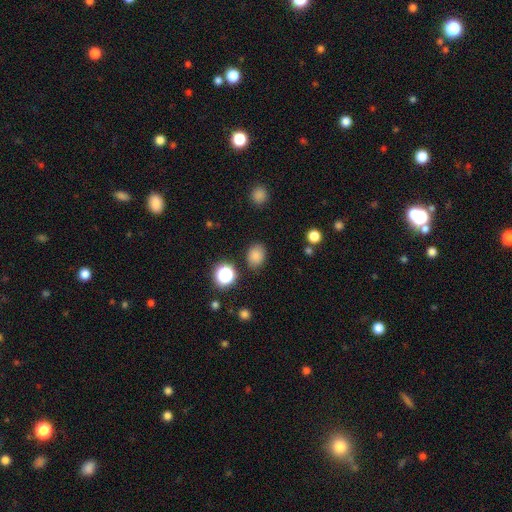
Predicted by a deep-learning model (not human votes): A smooth galaxy with no disk features (81%) that is in between round and cigar-shaped (56%). Merging: none (84%).